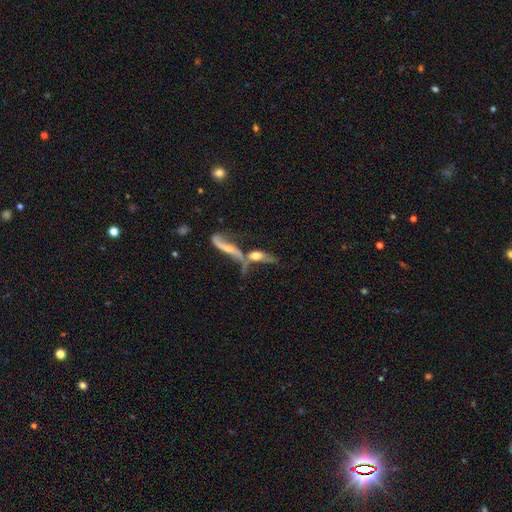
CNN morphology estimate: This appears to be a featured or disk galaxy (58%). Merging: merger (64%).